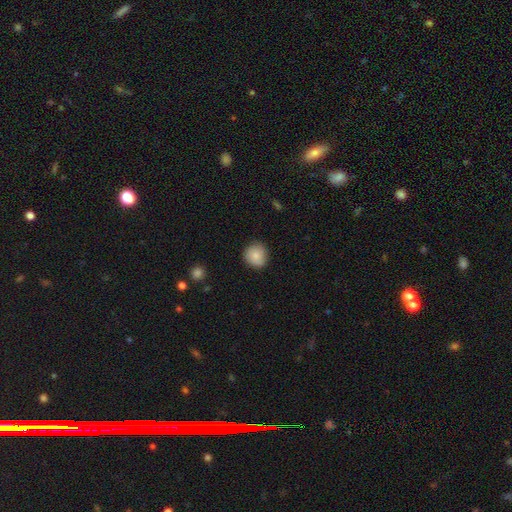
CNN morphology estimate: Smooth or featured?
  - smooth: 84% *
  - featured or disk: 8%
  - star or artifact: 8%
How rounded?
  - round: 90% *
  - in between: 9%
  - cigar-shaped: 1%
Merging?
  - none: 85% *
  - minor disturbance: 12%
  - major disturbance: 2%
  - merger: 1%